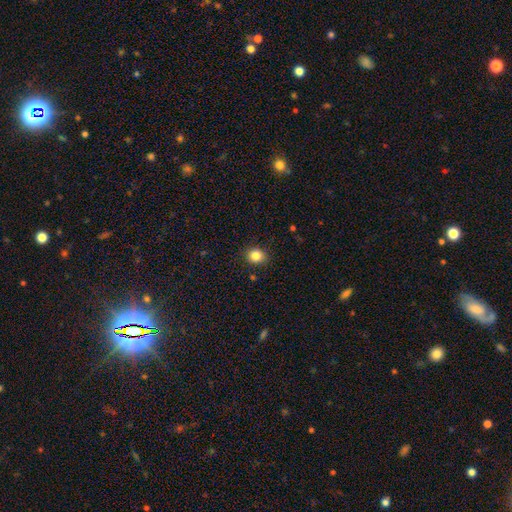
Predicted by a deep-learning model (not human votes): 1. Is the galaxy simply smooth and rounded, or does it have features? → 84% smooth, 11% star or artifact, 5% featured or disk.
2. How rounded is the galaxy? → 78% round, 21% in between, 1% cigar-shaped.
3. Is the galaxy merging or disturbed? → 89% none, 8% minor disturbance, 2% major disturbance, 1% merger.